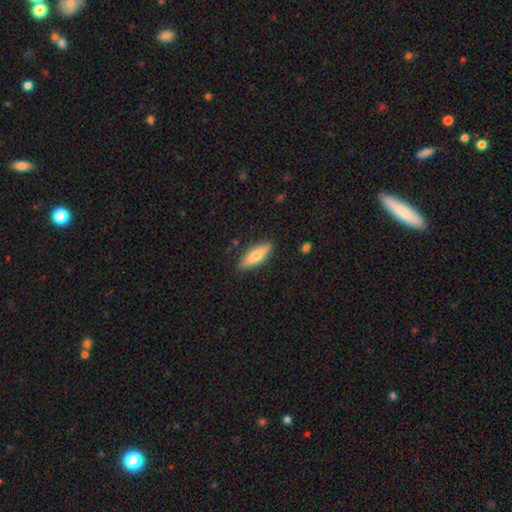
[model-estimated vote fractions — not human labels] A smooth galaxy with no disk features (66%) that is in between round and cigar-shaped (52%). Merging: none (85%).